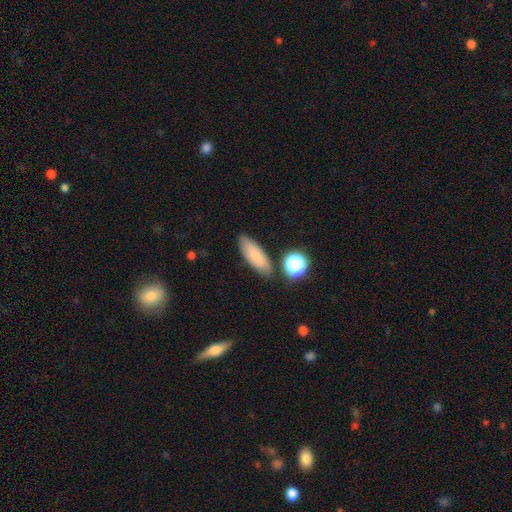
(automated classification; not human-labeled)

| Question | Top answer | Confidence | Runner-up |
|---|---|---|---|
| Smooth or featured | smooth | 79% | featured or disk (12%) |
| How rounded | in between | 66% | cigar-shaped (30%) |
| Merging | none | 80% | minor disturbance (13%) |